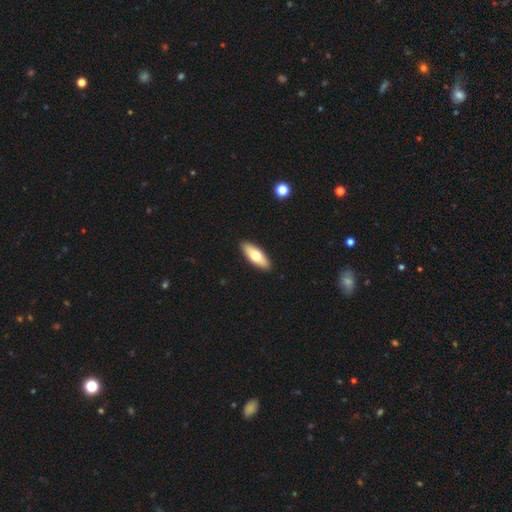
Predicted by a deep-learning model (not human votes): This is likely a smooth galaxy (66%). How rounded: likely in between (69%). Merging: clearly none (91%).